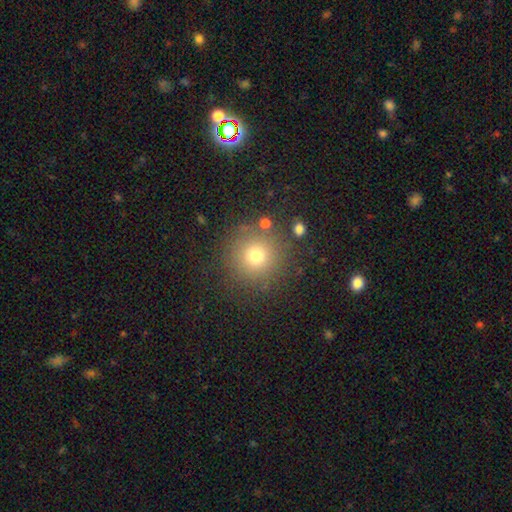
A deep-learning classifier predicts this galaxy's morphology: Smooth or featured? smooth (73%)
How rounded? round (95%)
Merging? none (85%)